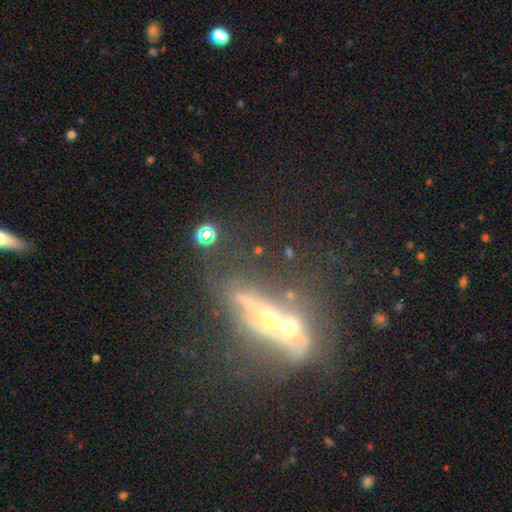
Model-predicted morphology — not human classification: Smooth or featured? featured or disk (66%)
Edge-on disk? yes (62%)
Merging? none (35%, tied with merger)